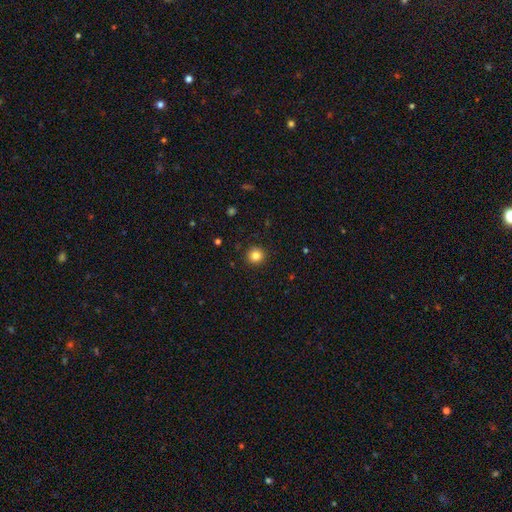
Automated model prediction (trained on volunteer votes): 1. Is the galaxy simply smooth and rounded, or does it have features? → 83% smooth, 11% star or artifact, 5% featured or disk.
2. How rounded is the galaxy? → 93% round, 6% in between, 1% cigar-shaped.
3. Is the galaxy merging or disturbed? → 92% none, 5% minor disturbance, 2% major disturbance, 1% merger.